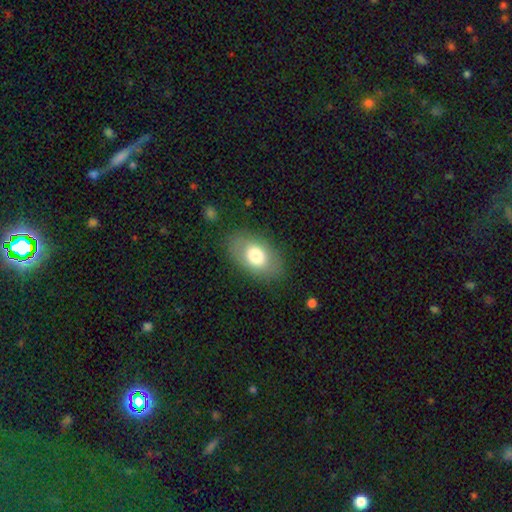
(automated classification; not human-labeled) smooth_or_featured: smooth (p=0.72) [alt: featured or disk p=0.20]
how_rounded: in between (p=0.87) [alt: round p=0.11]
merging: none (p=0.81) [alt: minor disturbance p=0.13]